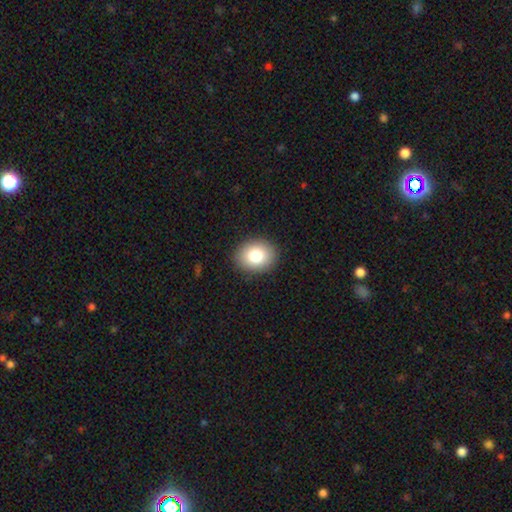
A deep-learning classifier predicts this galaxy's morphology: A smooth galaxy with no disk features (82%) that is in between round and cigar-shaped (50%). Merging: none (90%).